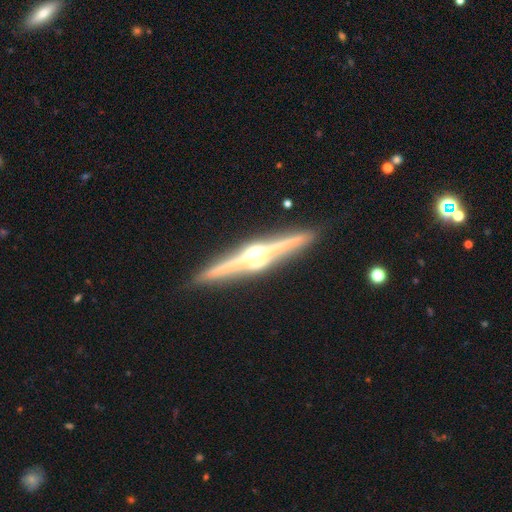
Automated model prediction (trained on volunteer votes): Morphology: type=featured or disk (88%); edge-on=yes (98%); edge-on bulge=rounded (93%); merging=none (91%).